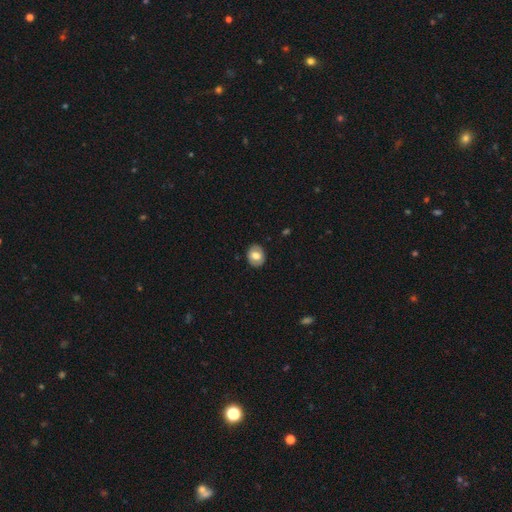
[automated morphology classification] This is likely a smooth galaxy (68%). How rounded: possibly round (54%). Merging: clearly none (87%).